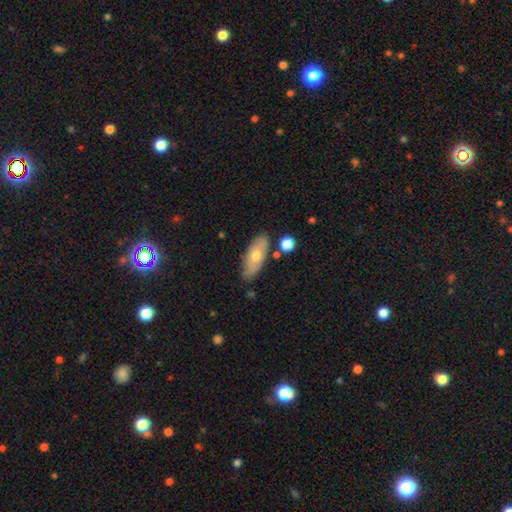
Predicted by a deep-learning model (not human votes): Smooth or featured? smooth (62%)
How rounded? in between (75%)
Merging? none (80%)